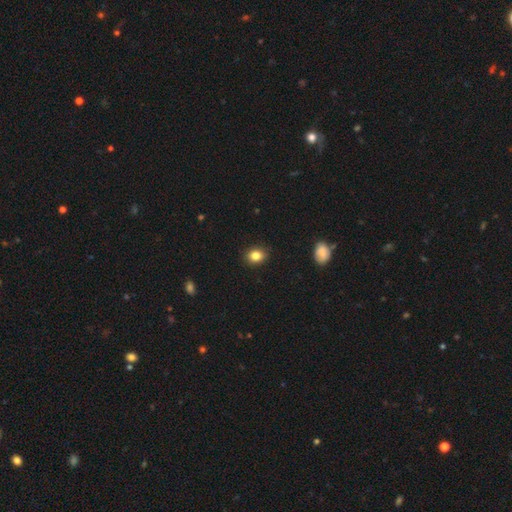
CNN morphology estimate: This is clearly a smooth galaxy (84%). How rounded: possibly in between (52%). Merging: clearly none (87%).